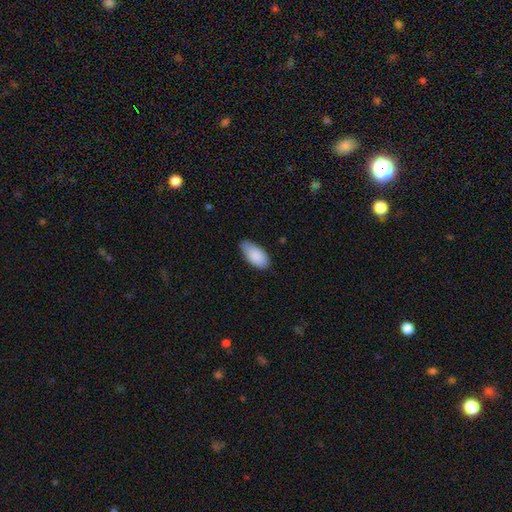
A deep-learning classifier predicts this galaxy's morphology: Smooth or featured?
  - smooth: 89% *
  - star or artifact: 6%
  - featured or disk: 5%
How rounded?
  - in between: 95% *
  - cigar-shaped: 3%
  - round: 2%
Merging?
  - none: 71% *
  - minor disturbance: 25%
  - major disturbance: 3%
  - merger: 1%